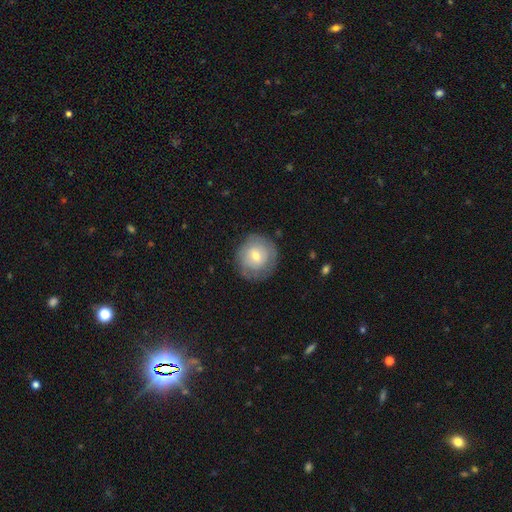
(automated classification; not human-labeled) A smooth galaxy with no disk features (55%) that is round (91%).

Vote fractions:
- Smooth or featured? smooth: 55% / featured or disk: 38% / star or artifact: 7%
- How rounded? round: 91% / in between: 8% / cigar-shaped: 1%
- Merging? none: 78% / minor disturbance: 16% / major disturbance: 6% / merger: 1%